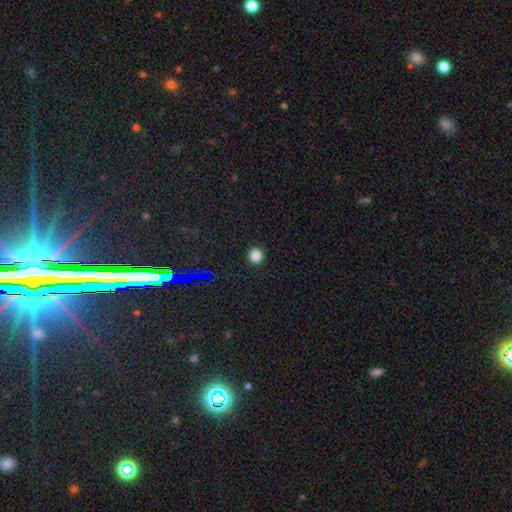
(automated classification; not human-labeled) Smooth or featured? smooth (83%)
How rounded? round (93%)
Merging? none (92%)